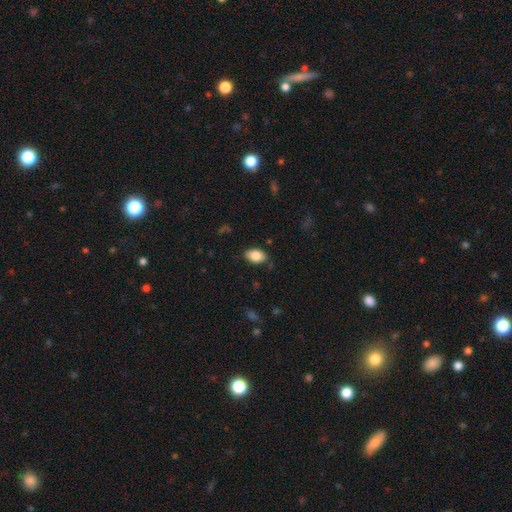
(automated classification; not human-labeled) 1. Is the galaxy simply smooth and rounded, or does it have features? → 84% smooth, 9% featured or disk, 7% star or artifact.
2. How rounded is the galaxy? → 90% in between, 9% round, 2% cigar-shaped.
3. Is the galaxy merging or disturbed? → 81% none, 15% minor disturbance, 3% major disturbance, 1% merger.